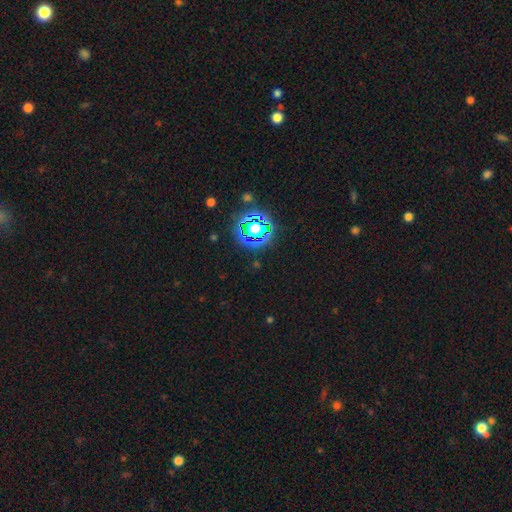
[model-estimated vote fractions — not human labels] Smooth or featured?
  - star or artifact: 78% *
  - smooth: 14%
  - featured or disk: 8%